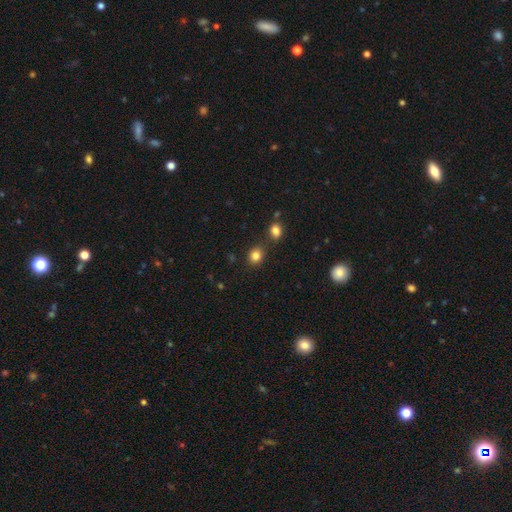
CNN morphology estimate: Smooth or featured: smooth — 83% (star or artifact — 12%)
How rounded: round — 71% (in between — 28%)
Merging: none — 77% (minor disturbance — 10%)